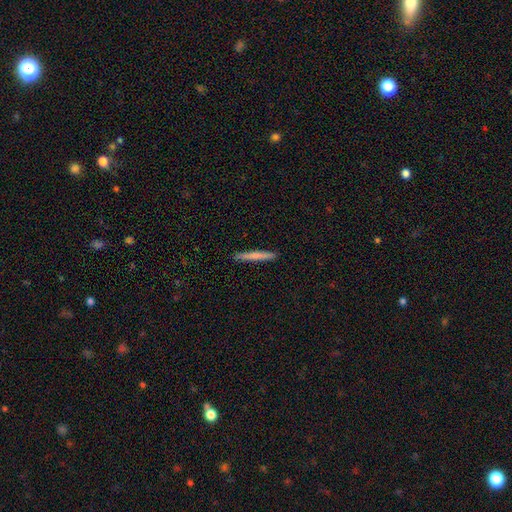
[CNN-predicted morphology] Smooth or featured? Predicted: smooth (p=0.72). How rounded? Predicted: cigar-shaped (p=0.96). Merging? Predicted: none (p=0.92).